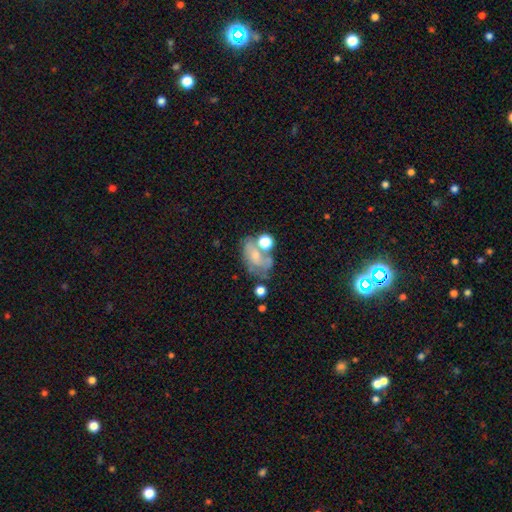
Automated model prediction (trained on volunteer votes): This is possibly a smooth galaxy (45%). Merging: marginally none (32%).